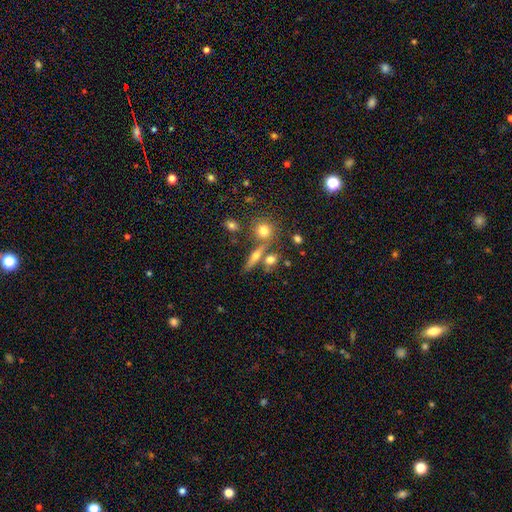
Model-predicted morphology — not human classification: A smooth galaxy with no disk features (46%). Merging: none (66%).